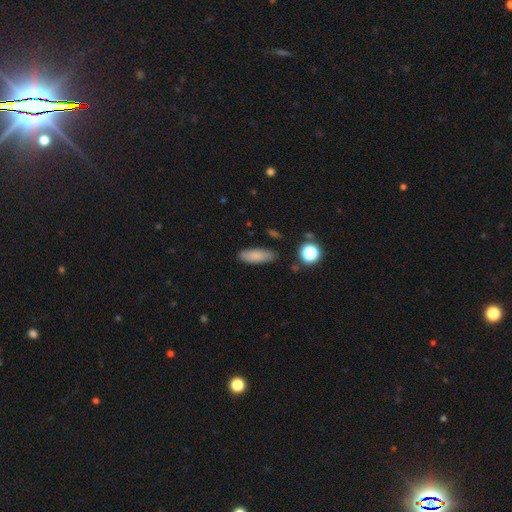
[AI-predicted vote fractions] Overall: smooth (83%). How rounded: in between (68%; cigar-shaped 30%). Merging: none (84%).